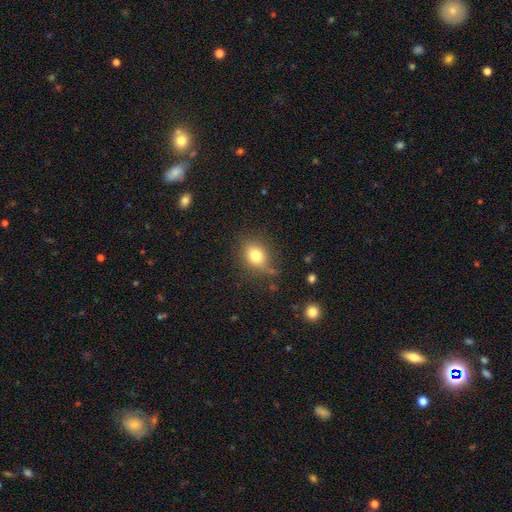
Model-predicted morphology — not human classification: Smooth or featured? smooth (77%)
How rounded? in between (54%)
Merging? none (69%)